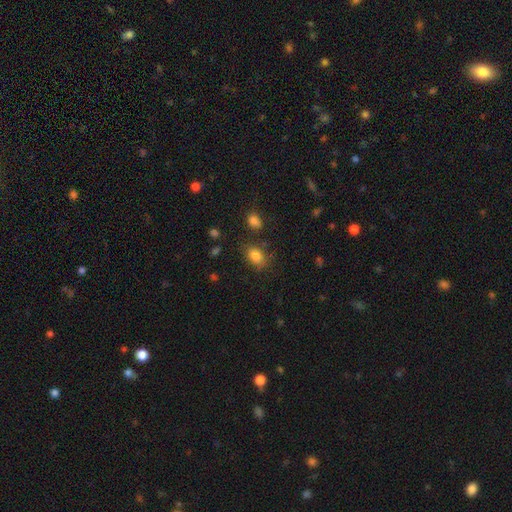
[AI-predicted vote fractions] Smooth or featured? smooth (83%)
How rounded? in between (77%)
Merging? none (73%)